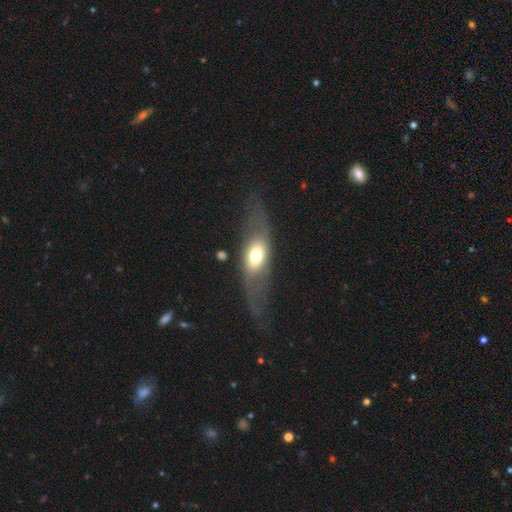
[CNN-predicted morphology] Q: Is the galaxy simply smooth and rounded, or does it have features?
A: featured or disk — 52%.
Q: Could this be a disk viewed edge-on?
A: no — 61%.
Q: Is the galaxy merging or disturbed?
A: none — 60%.